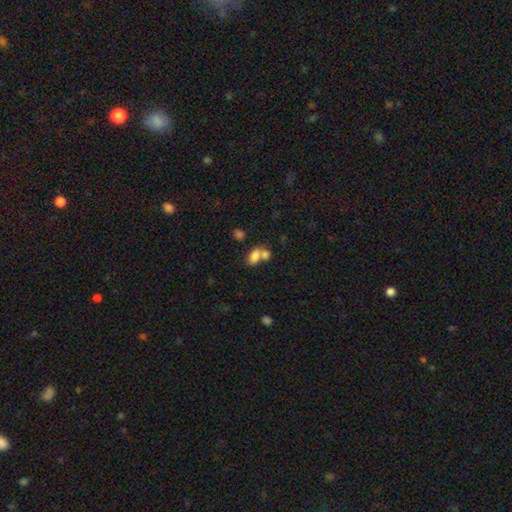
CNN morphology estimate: A smooth galaxy with no disk features (78%) that is in between round and cigar-shaped (84%). Merging: merger (58%).